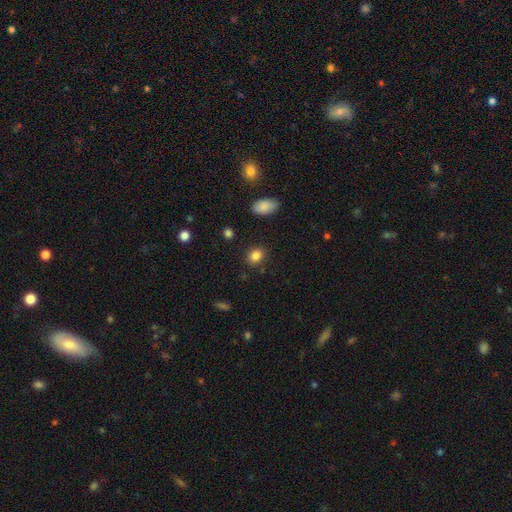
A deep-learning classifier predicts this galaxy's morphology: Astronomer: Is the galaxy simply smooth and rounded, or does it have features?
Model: smooth — 85%.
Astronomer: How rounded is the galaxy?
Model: in between — 51% (runner-up: round, 48%).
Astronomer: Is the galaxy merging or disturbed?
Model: none — 87%.